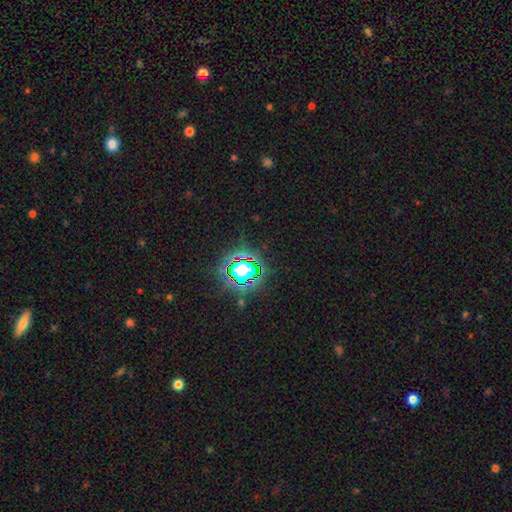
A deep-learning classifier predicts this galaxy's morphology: Smooth or featured? Predicted: star or artifact (p=0.81).